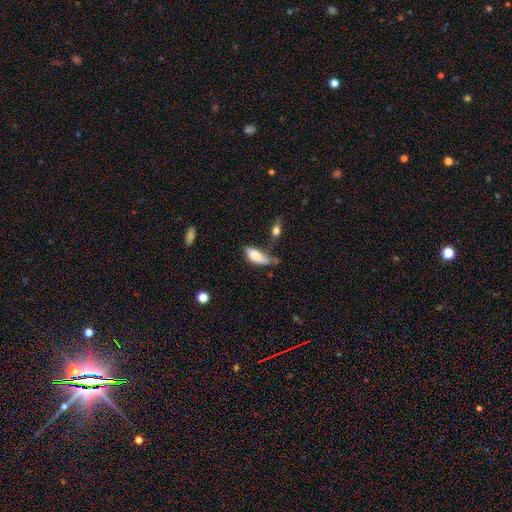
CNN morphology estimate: A smooth galaxy with no disk features (76%) that is in between round and cigar-shaped (83%). Merging: minor disturbance (31%).